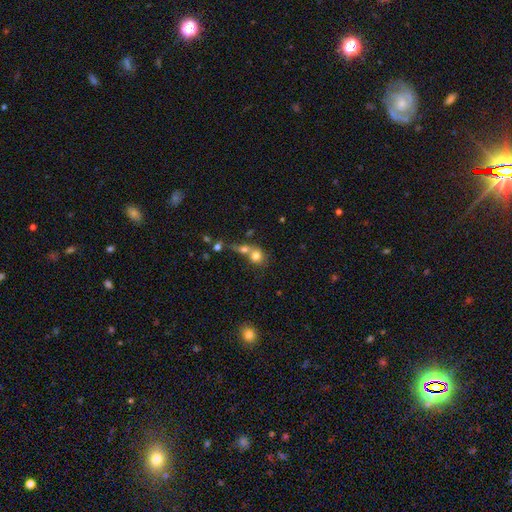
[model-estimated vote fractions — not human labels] The model was most divided on "merging": merger: 61%, none: 27%, minor disturbance: 7%, major disturbance: 5%. More confident: how rounded — round (77%); smooth or featured — smooth (74%).